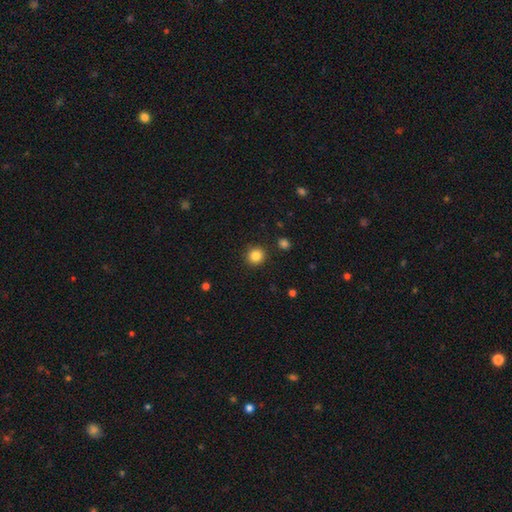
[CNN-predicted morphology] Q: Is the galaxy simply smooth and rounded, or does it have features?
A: smooth — 84%.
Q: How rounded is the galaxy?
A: round — 92%.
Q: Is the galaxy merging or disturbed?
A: none — 90%.